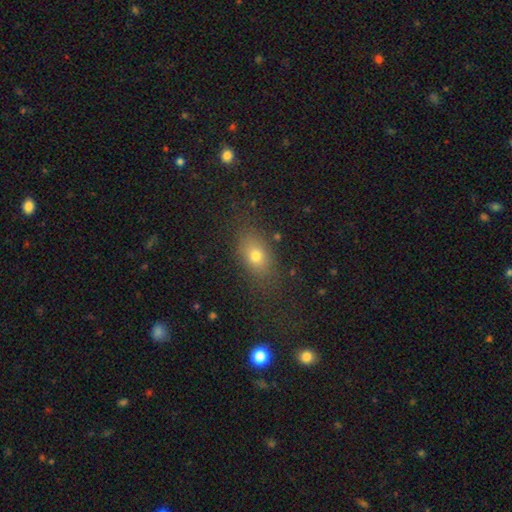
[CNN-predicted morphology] smooth_or_featured: smooth (p=0.70) [alt: star or artifact p=0.16]
how_rounded: in between (p=0.74) [alt: round p=0.21]
merging: none (p=0.77) [alt: minor disturbance p=0.14]